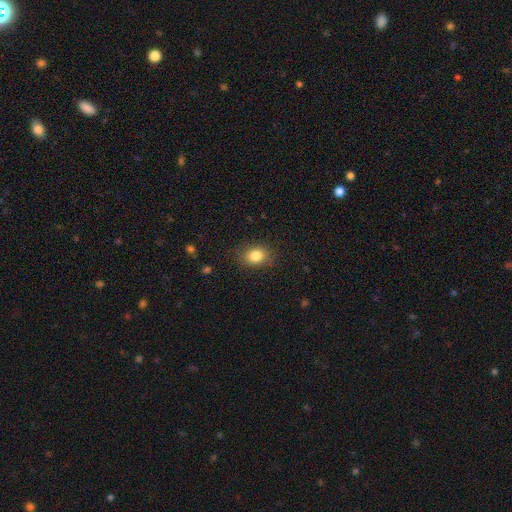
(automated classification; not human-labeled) smooth 84%, star or artifact 10%, featured or disk 6%. Down the decision tree: how rounded — in between (63%); merging — none (85%).